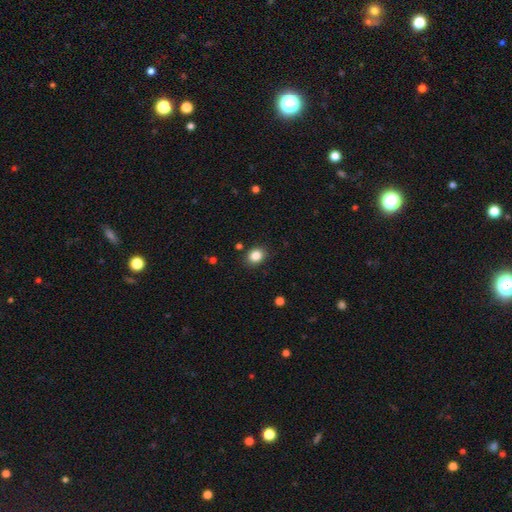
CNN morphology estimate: Smooth or featured?
  - smooth: 85% *
  - star or artifact: 10%
  - featured or disk: 5%
How rounded?
  - round: 51% *
  - in between: 49%
  - cigar-shaped: 1%
Merging?
  - none: 87% *
  - minor disturbance: 9%
  - major disturbance: 2%
  - merger: 2%